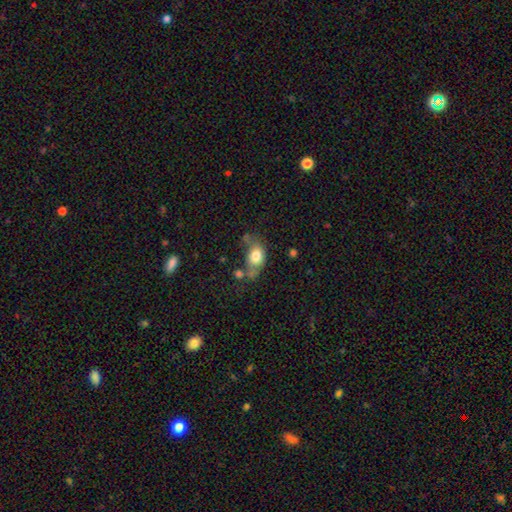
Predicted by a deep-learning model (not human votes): The model was most divided on "merging": none: 36%, minor disturbance: 26%, merger: 22%, major disturbance: 17%. More confident: smooth or featured — smooth (76%); how rounded — in between (74%).